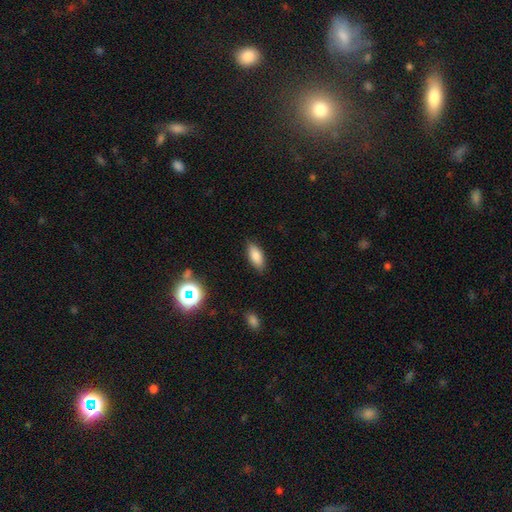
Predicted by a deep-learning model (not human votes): Morphology: type=smooth (83%); roundness=in between (83%); merging=none (86%).